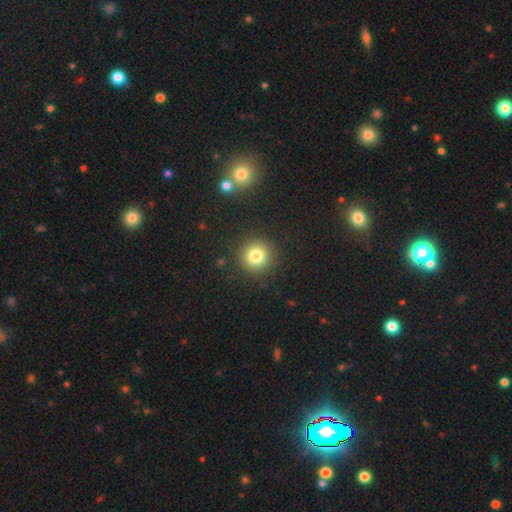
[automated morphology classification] The model was most divided on "smooth or featured": smooth: 79%, star or artifact: 13%, featured or disk: 8%. More confident: how rounded — round (94%); merging — none (90%).